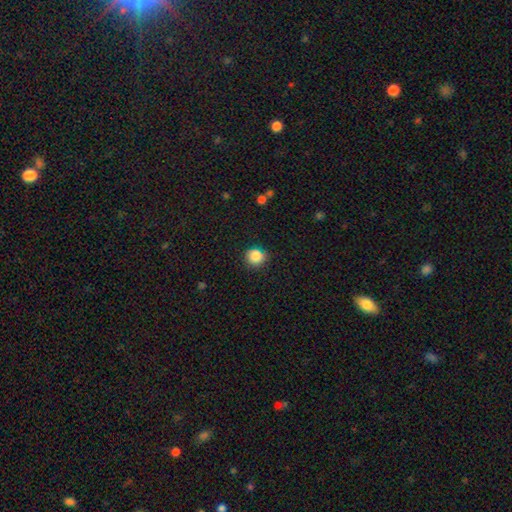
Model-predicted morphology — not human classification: Q: Smooth or featured?
A: smooth (85%); runner-up: star or artifact (10%)
Q: How rounded?
A: round (91%); runner-up: in between (8%)
Q: Merging?
A: none (84%); runner-up: minor disturbance (12%)